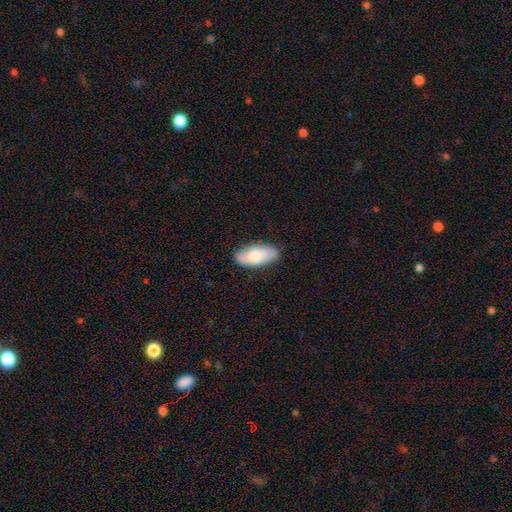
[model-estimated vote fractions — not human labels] Overall: smooth (74%). How rounded: in between (90%). Merging: none (76%).